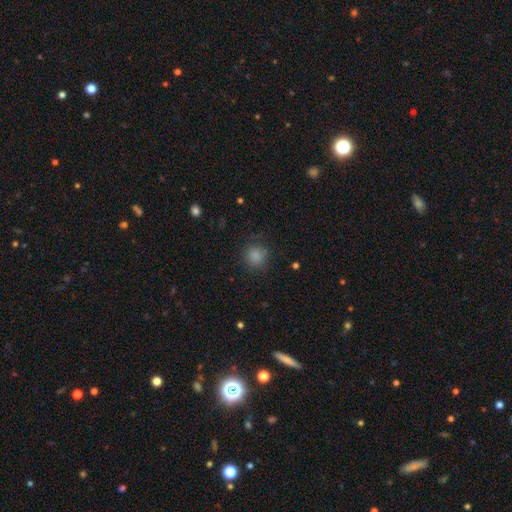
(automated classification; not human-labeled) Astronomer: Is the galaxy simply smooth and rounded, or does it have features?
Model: smooth — 84%.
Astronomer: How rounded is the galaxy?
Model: round — 87%.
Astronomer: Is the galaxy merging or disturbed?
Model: none — 81%.